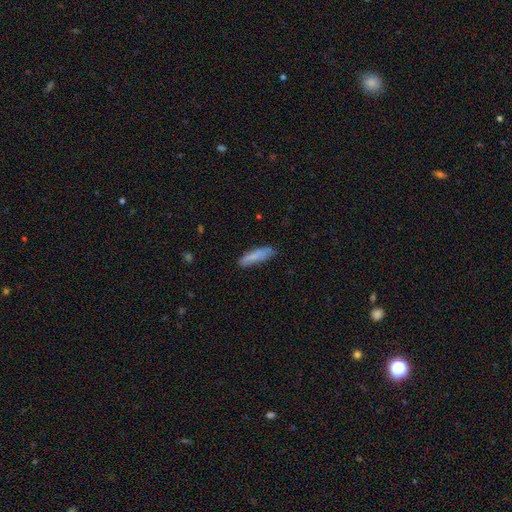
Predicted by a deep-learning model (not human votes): A smooth galaxy with no disk features (78%) that is cigar-shaped (71%).

Vote fractions:
- Smooth or featured? smooth: 78% / featured or disk: 16% / star or artifact: 6%
- How rounded? cigar-shaped: 71% / in between: 27% / round: 2%
- Merging? none: 74% / minor disturbance: 20% / major disturbance: 4% / merger: 2%